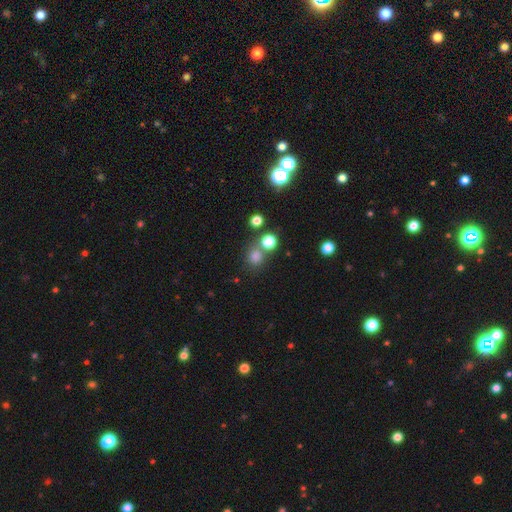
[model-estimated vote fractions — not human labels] smooth 73%, star or artifact 20%, featured or disk 7%. Down the decision tree: how rounded — round (84%); merging — none (65%).